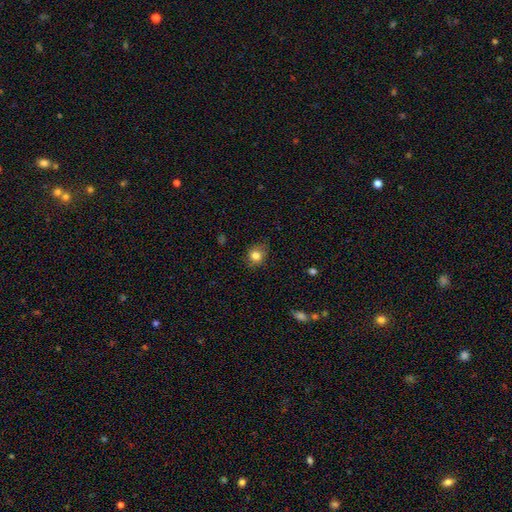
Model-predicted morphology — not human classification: A smooth galaxy with no disk features (82%) that is round (72%). Merging: none (78%).